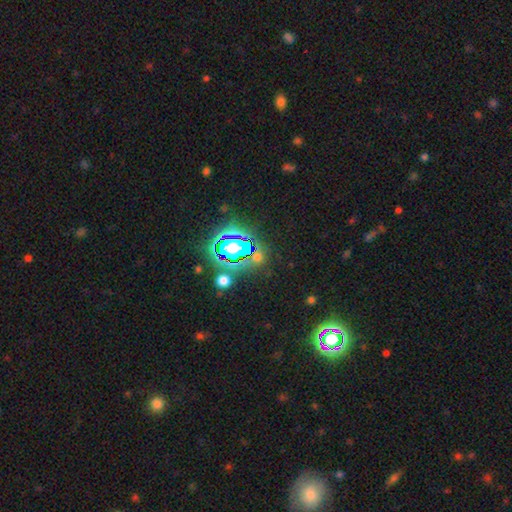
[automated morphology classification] Smooth or featured? Predicted: star or artifact (p=0.74).